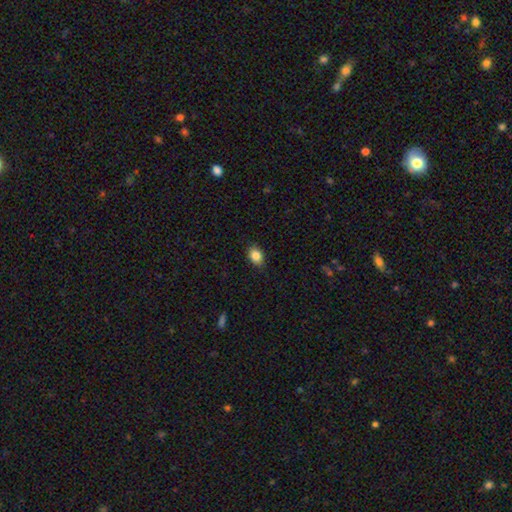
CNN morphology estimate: This appears to be a smooth galaxy with no disk features (86%) that is in between round and cigar-shaped (74%). Merging: none (87%).